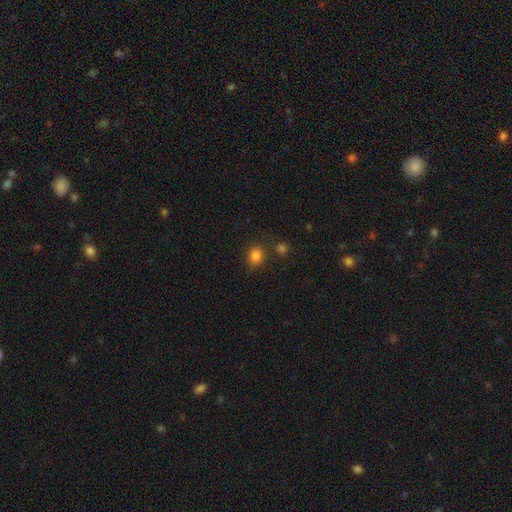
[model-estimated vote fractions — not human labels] Smooth or featured? Predicted: smooth (p=0.82). How rounded? Predicted: round (p=0.53). Merging? Predicted: none (p=0.75).